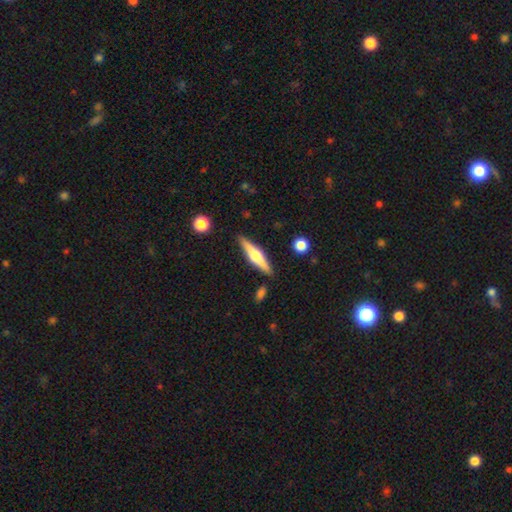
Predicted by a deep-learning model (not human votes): Smooth or featured: featured or disk — 60% (smooth — 34%)
Edge-on disk: yes — 96% (no — 4%)
Edge-on bulge: rounded — 89% (boxy — 7%)
Merging: none — 87% (minor disturbance — 9%)